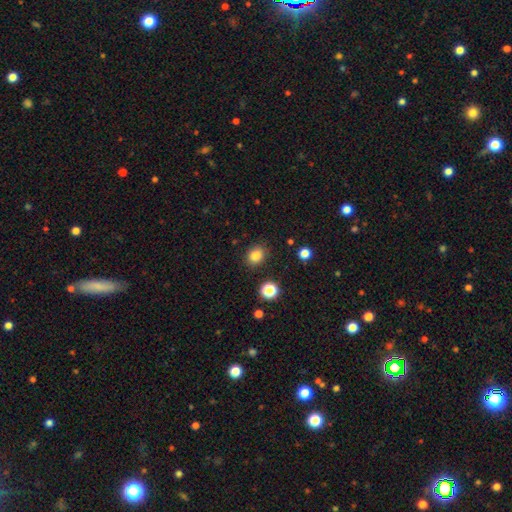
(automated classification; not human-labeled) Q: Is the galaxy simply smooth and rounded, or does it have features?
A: smooth — 83%.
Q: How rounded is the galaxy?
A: round — 54%.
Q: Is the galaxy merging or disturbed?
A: none — 86%.